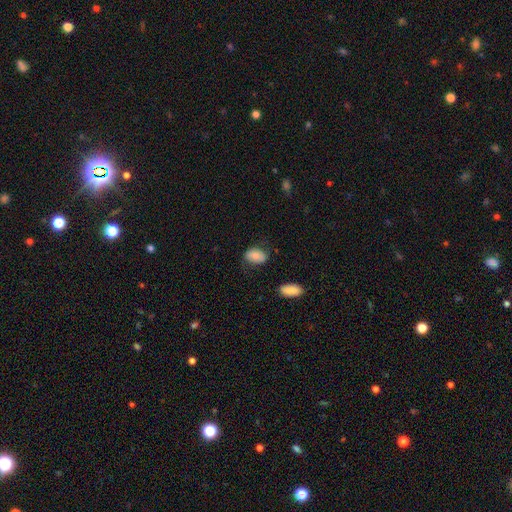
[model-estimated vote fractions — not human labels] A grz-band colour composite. It shows a smooth galaxy with no disk features (77%) that is in between round and cigar-shaped (86%). Merging: none (71%).